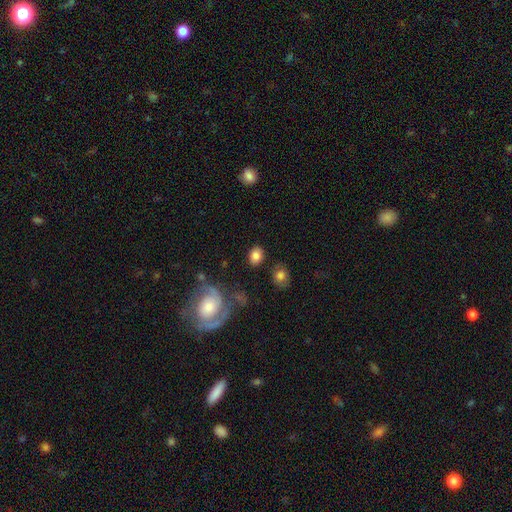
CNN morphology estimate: smooth-or-featured: smooth: 80% | featured or disk: 12% | star or artifact: 8%
  how-rounded: in between: 63% | round: 36% | cigar-shaped: 1%
  merging: none: 80% | minor disturbance: 11% | major disturbance: 5% | merger: 4%